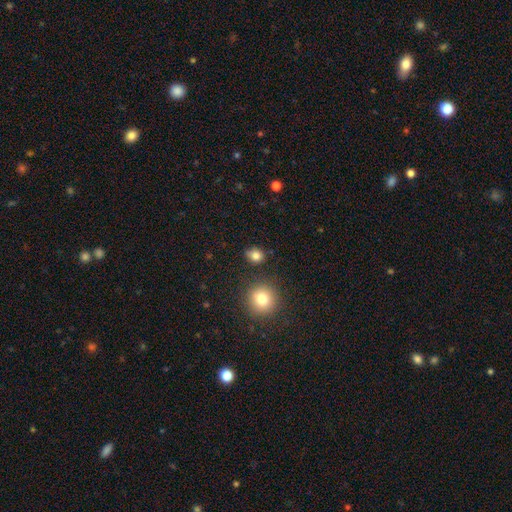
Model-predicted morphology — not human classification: Smooth or featured? Predicted: smooth (p=0.80). How rounded? Predicted: round (p=0.67). Merging? Predicted: none (p=0.81).